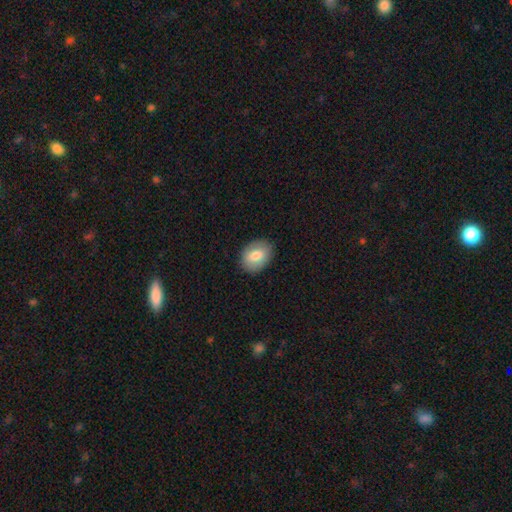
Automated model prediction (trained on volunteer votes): Smooth or featured? Predicted: smooth (p=0.78). How rounded? Predicted: in between (p=0.72). Merging? Predicted: none (p=0.87).